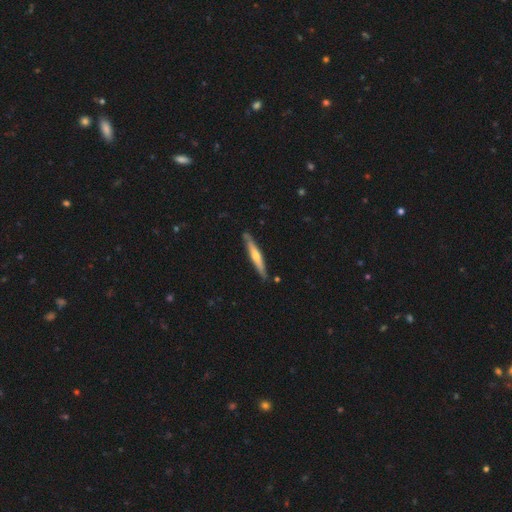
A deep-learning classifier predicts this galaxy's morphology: Smooth or featured? featured or disk (58%)
Edge-on disk? yes (94%)
Edge-on bulge? rounded (74%)
Merging? none (87%)